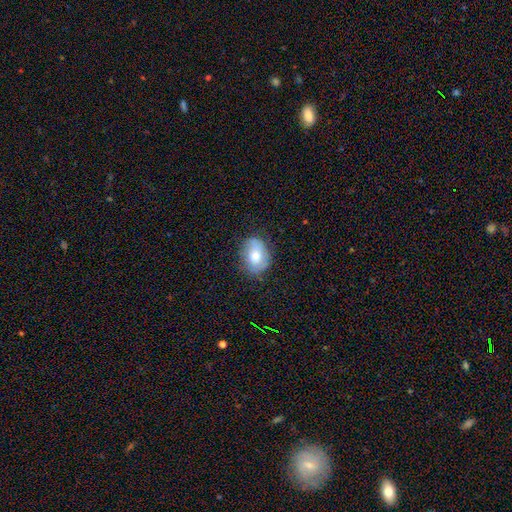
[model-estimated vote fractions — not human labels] A smooth galaxy with no disk features (60%) that is in between round and cigar-shaped (65%). Merging: none (69%).